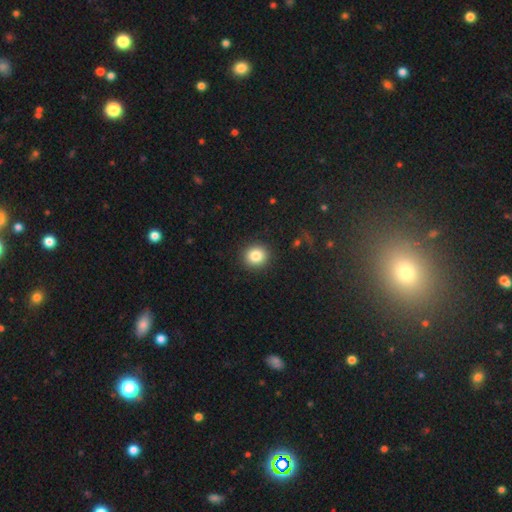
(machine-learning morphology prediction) This appears to be a smooth galaxy with no disk features (84%) that is round (89%). Merging: none (92%).